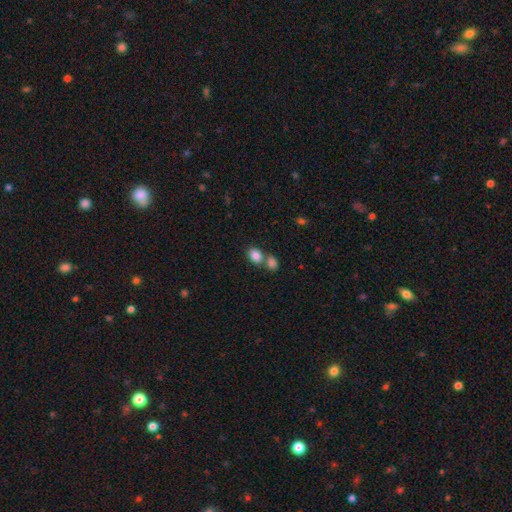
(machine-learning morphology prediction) This appears to be a smooth galaxy with no disk features (84%) that is in between round and cigar-shaped (75%). Merging: merger (47%).